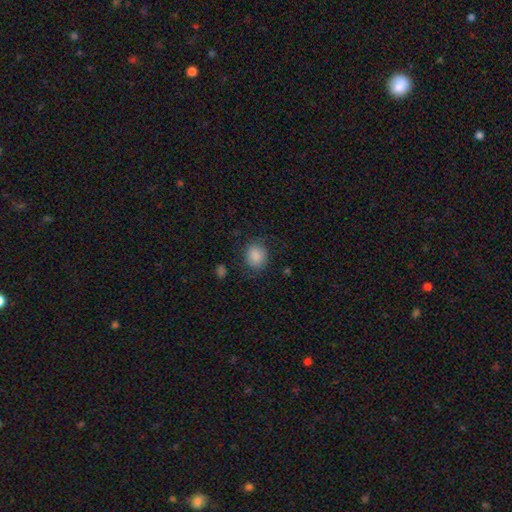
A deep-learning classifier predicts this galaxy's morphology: Smooth or featured?
  - smooth: 87% *
  - star or artifact: 8%
  - featured or disk: 5%
How rounded?
  - round: 68% *
  - in between: 31%
  - cigar-shaped: 1%
Merging?
  - none: 77% *
  - minor disturbance: 16%
  - major disturbance: 6%
  - merger: 2%